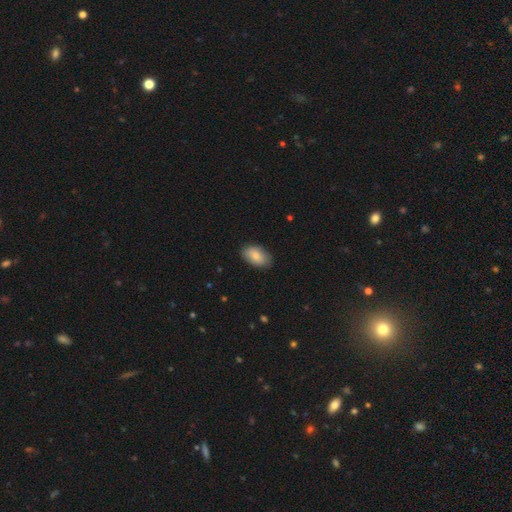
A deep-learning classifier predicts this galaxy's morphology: Smooth or featured? Predicted: smooth (p=0.84). How rounded? Predicted: in between (p=0.93). Merging? Predicted: none (p=0.84).